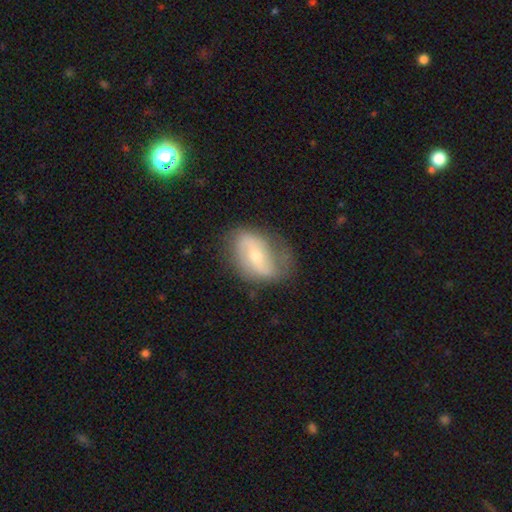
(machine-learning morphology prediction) type=featured or disk (66%); edge-on=no (94%); bar=weak (40%); spiral arms=yes (80%); bulge=moderate (50%); merging=none (66%).